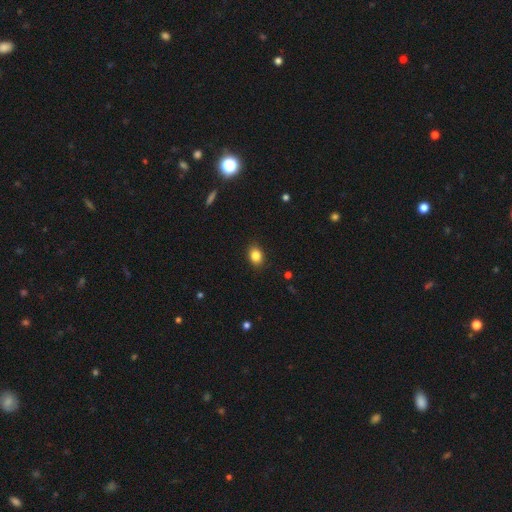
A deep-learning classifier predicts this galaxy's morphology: Overall: smooth (85%). How rounded: in between (64%; round 35%). Merging: none (88%).